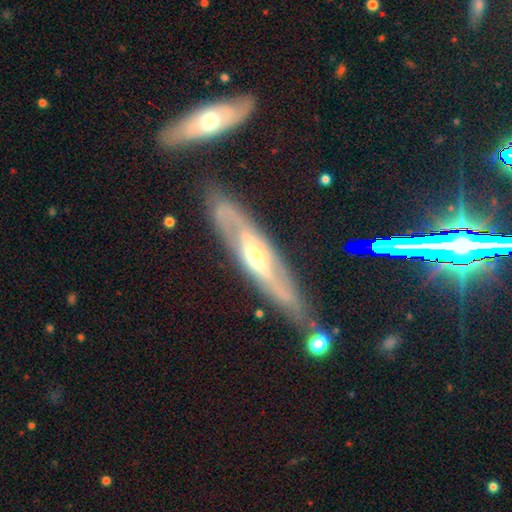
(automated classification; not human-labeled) Smooth or featured? Predicted: featured or disk (p=0.77). Edge-on disk? Predicted: no (p=0.52). Merging? Predicted: none (p=0.72).